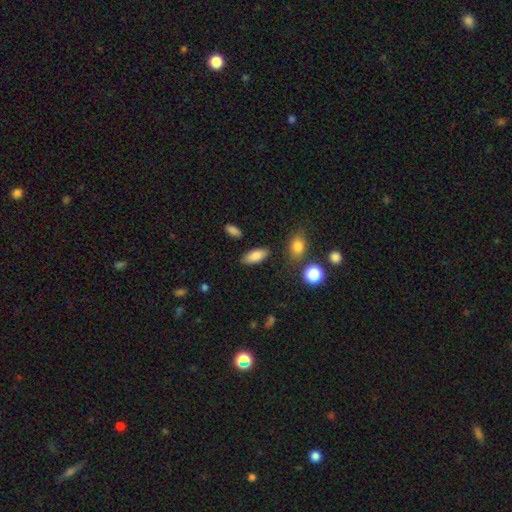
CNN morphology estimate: Smooth or featured? Predicted: smooth (p=0.84). How rounded? Predicted: in between (p=0.85). Merging? Predicted: none (p=0.84).